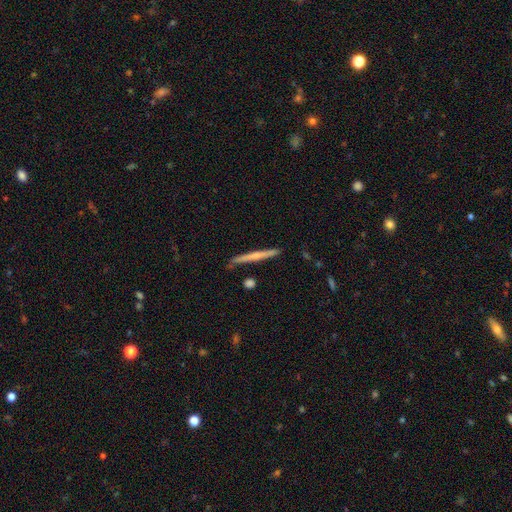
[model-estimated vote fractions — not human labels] smooth-or-featured: featured or disk: 51% | smooth: 43% | star or artifact: 6%
  disk-edge-on: yes: 97% | no: 3%
  merging: none: 84% | minor disturbance: 11% | merger: 2% | major disturbance: 2%